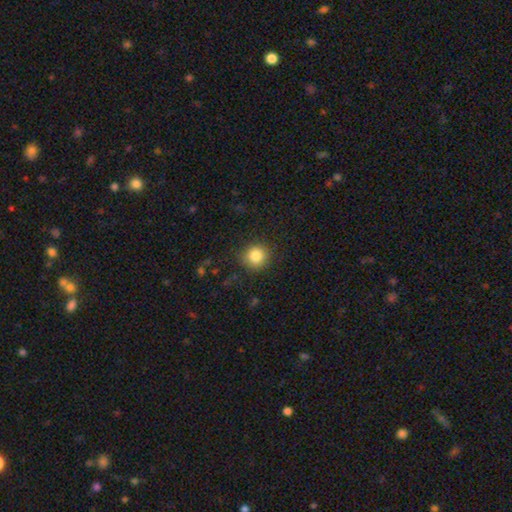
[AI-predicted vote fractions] Smooth or featured? Predicted: smooth (p=0.84). How rounded? Predicted: round (p=0.91). Merging? Predicted: none (p=0.87).